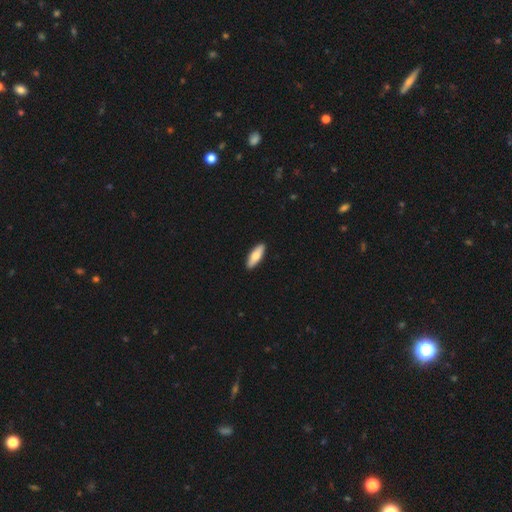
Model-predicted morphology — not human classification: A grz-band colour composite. It shows a smooth galaxy with no disk features (71%) that is in between round and cigar-shaped (56%). Merging: none (92%).